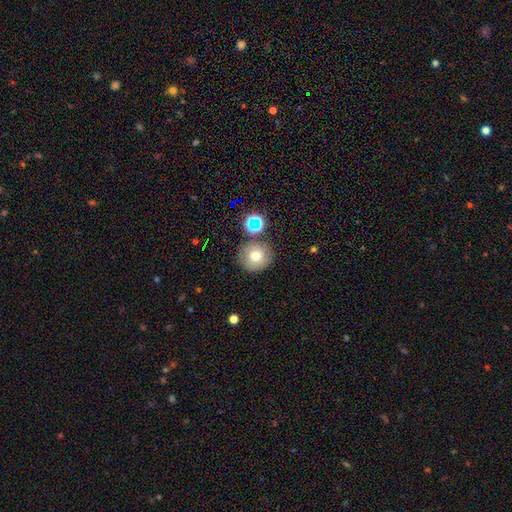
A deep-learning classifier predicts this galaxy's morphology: This is likely a smooth galaxy (72%). How rounded: clearly round (91%). Merging: likely none (79%).